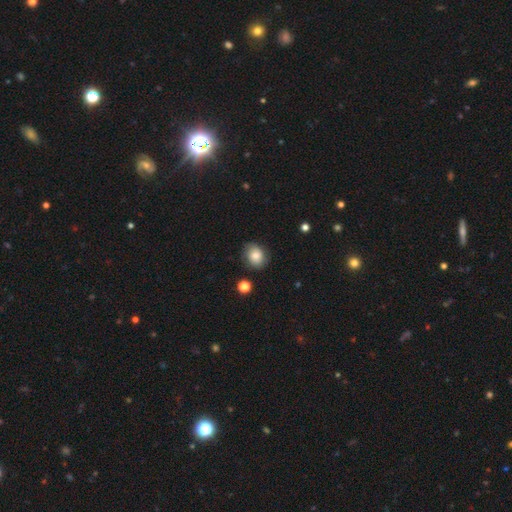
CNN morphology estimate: Q: Smooth or featured?
A: smooth (74%); runner-up: featured or disk (16%)
Q: How rounded?
A: round (58%); runner-up: in between (41%)
Q: Merging?
A: none (76%); runner-up: minor disturbance (18%)